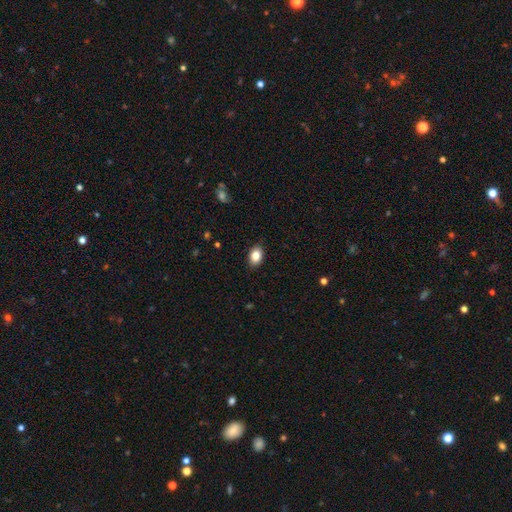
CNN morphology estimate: This is clearly a smooth galaxy (85%). How rounded: clearly in between (81%). Merging: clearly none (88%).